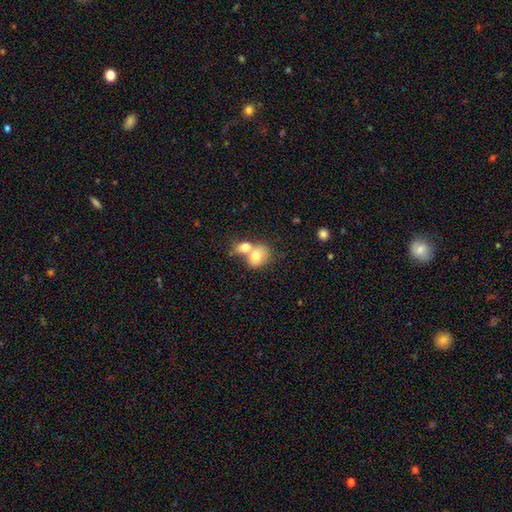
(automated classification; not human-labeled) A smooth galaxy with no disk features (74%) that is in between round and cigar-shaped (63%). Merging: merger (67%).